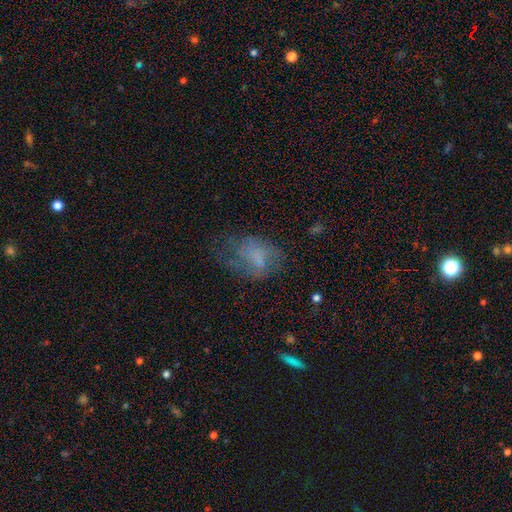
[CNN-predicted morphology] smooth_or_featured: smooth (p=0.48) [alt: featured or disk p=0.38]
merging: none (p=0.39) [alt: major disturbance p=0.33]